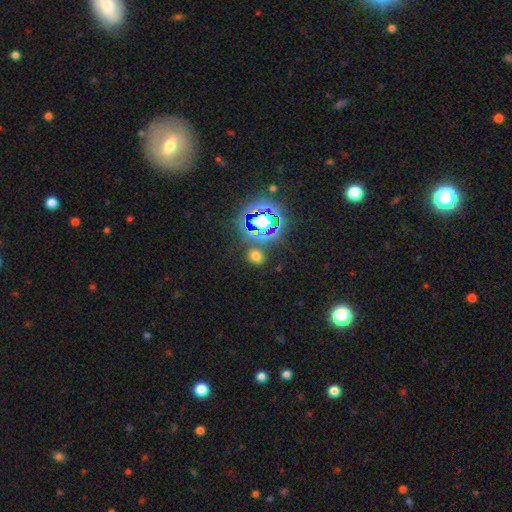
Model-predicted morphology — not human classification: The model was most divided on "smooth or featured": smooth: 57%, star or artifact: 36%, featured or disk: 7%. More confident: merging — none (82%); how rounded — round (67%).